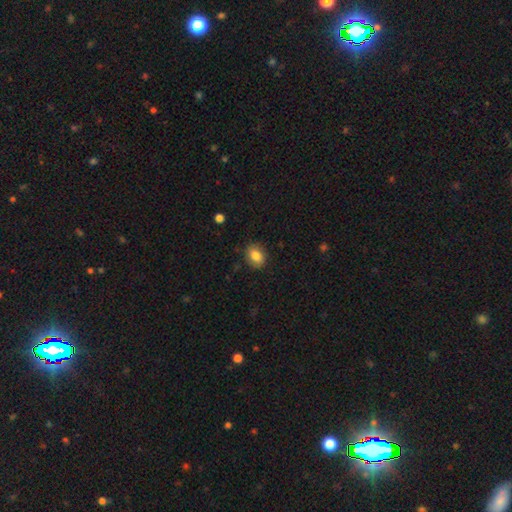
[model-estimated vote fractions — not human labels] Smooth or featured: smooth — 84% (star or artifact — 8%)
How rounded: in between — 62% (round — 37%)
Merging: none — 85% (minor disturbance — 11%)